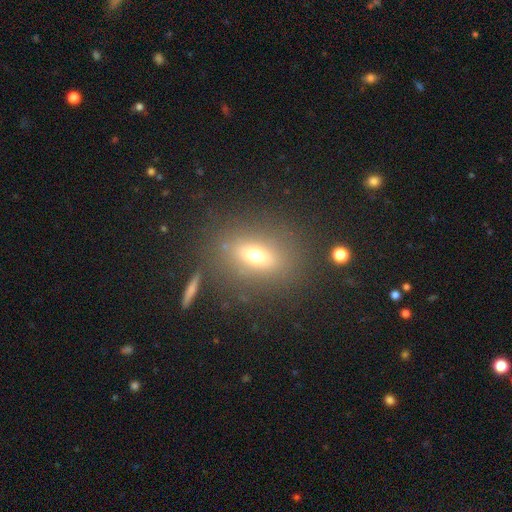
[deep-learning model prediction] smooth 60%, featured or disk 24%, star or artifact 16%. Down the decision tree: how rounded — in between (64%); merging — none (78%).